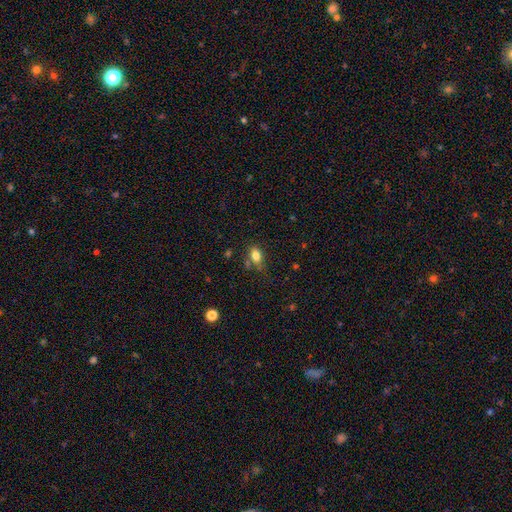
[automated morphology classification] type=smooth (81%); roundness=in between (80%); merging=none (65%).